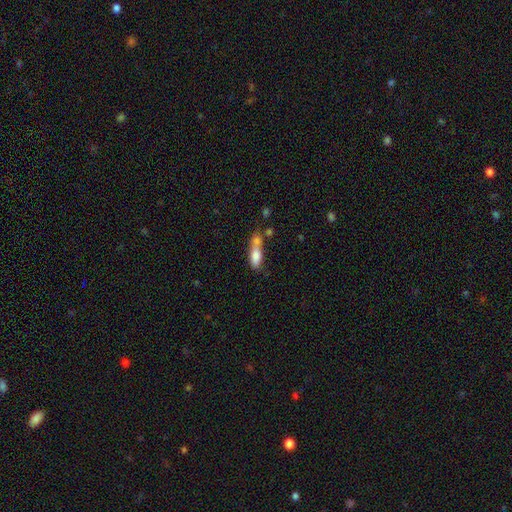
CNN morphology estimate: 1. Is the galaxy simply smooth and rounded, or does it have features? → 74% smooth, 17% featured or disk, 8% star or artifact.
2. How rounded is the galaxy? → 63% in between, 33% cigar-shaped, 4% round.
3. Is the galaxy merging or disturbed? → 55% merger, 25% none, 13% minor disturbance, 7% major disturbance.